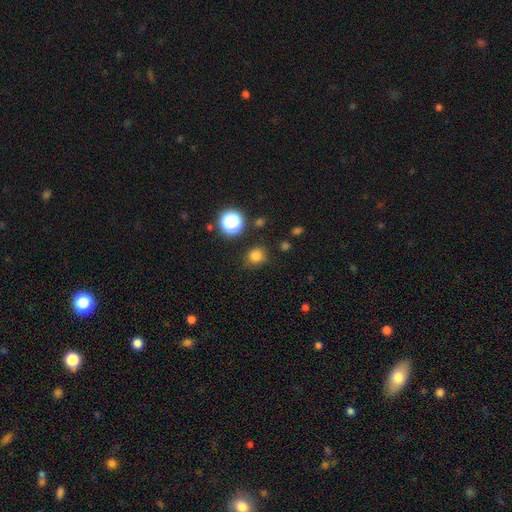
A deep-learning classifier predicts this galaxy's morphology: Overall: smooth (79%). How rounded: round (82%). Merging: none (84%).